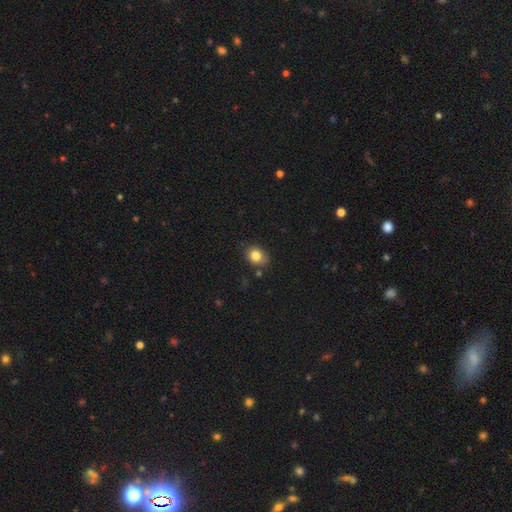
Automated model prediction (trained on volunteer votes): Smooth or featured: smooth — 82% (star or artifact — 10%)
How rounded: in between — 50% (round — 49%)
Merging: none — 76% (minor disturbance — 17%)